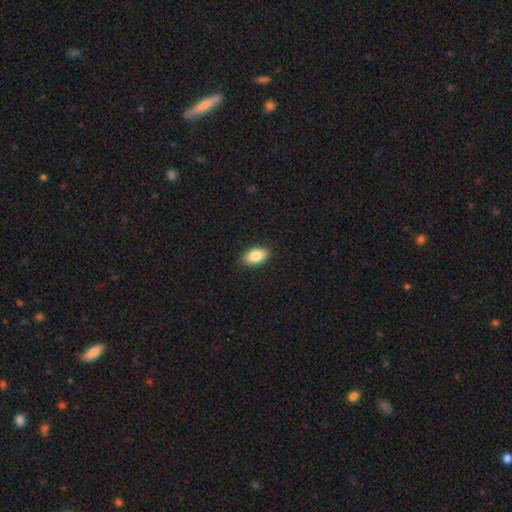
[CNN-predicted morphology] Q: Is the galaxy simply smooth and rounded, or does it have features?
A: smooth — 84%.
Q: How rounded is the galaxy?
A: in between — 91%.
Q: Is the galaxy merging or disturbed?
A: none — 88%.